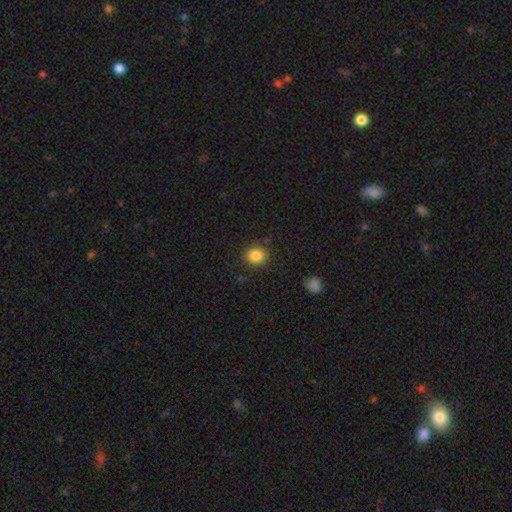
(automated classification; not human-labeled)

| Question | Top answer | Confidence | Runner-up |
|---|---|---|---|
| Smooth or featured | smooth | 85% | star or artifact (10%) |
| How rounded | round | 82% | in between (17%) |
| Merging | none | 87% | minor disturbance (9%) |